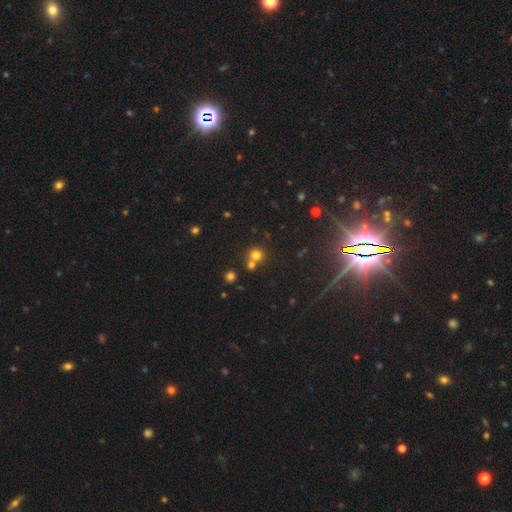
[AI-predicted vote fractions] A smooth galaxy with no disk features (73%) that is round (87%).

Vote fractions:
- Smooth or featured? smooth: 73% / star or artifact: 19% / featured or disk: 8%
- How rounded? round: 87% / in between: 12% / cigar-shaped: 1%
- Merging? none: 55% / merger: 36% / minor disturbance: 7% / major disturbance: 3%